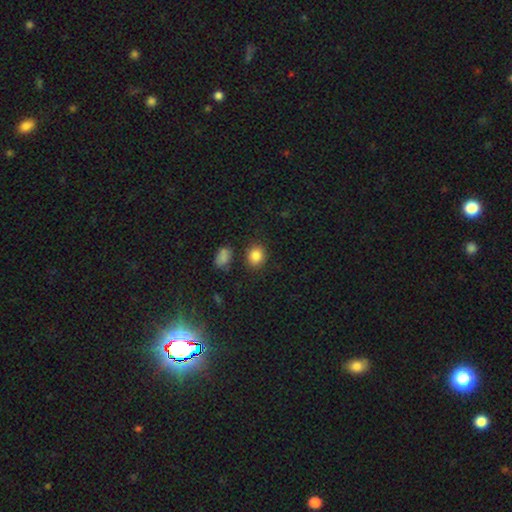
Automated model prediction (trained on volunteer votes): This appears to be a smooth galaxy with no disk features (85%) that is round (67%). Merging: none (82%).